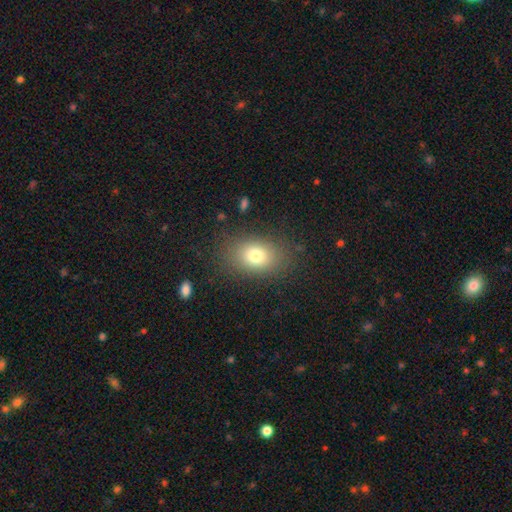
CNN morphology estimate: Smooth or featured: smooth — 76% (featured or disk — 12%)
How rounded: in between — 75% (round — 23%)
Merging: none — 82% (minor disturbance — 11%)